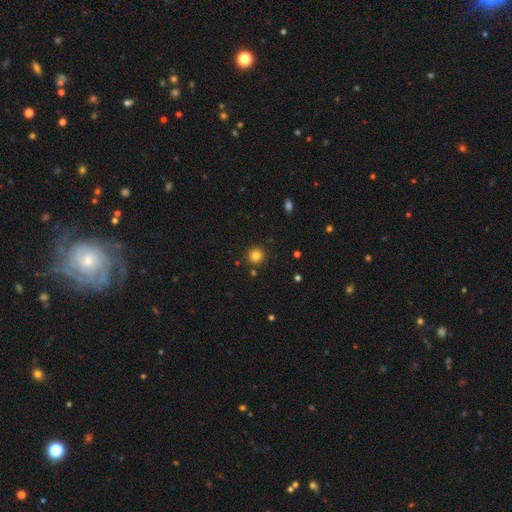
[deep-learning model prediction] Smooth or featured? Predicted: smooth (p=0.82). How rounded? Predicted: round (p=0.92). Merging? Predicted: none (p=0.89).